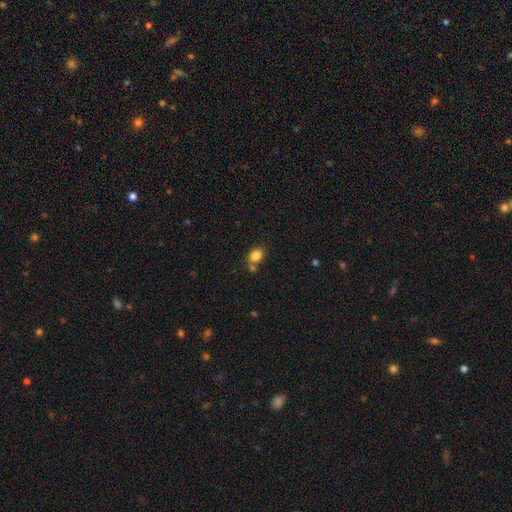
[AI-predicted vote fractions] smooth 85%, star or artifact 10%, featured or disk 5%. Down the decision tree: how rounded — in between (61%); merging — none (62%).